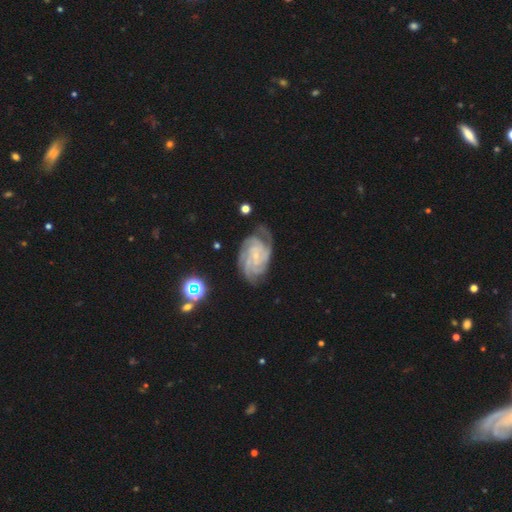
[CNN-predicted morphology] smooth-or-featured: featured or disk: 88% | star or artifact: 6% | smooth: 6%
  disk-edge-on: no: 97% | yes: 3%
    bar: no: 58% | weak: 33% | strong: 9%
    has-spiral-arms: yes: 98% | no: 2%
      spiral-winding: tight: 69% | medium: 27% | loose: 4%
      spiral-arm-count: 4: 35% | 3: 21% | can't tell: 18% | 2: 10% | more than 4: 10% | 1: 7%
    bulge-size: small: 79% | moderate: 13% | none: 6% | large: 1% | dominant: 1%
  merging: none: 72% | minor disturbance: 19% | major disturbance: 7% | merger: 2%